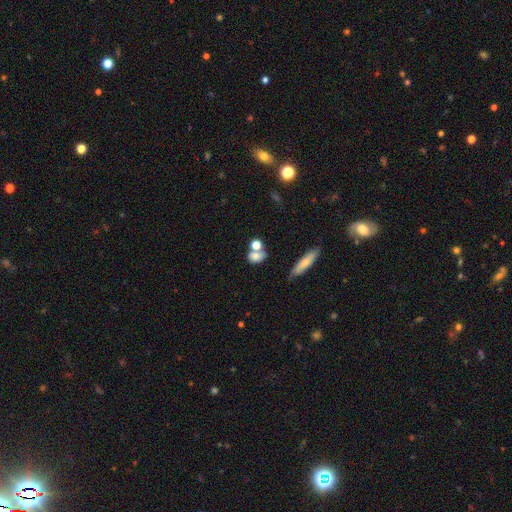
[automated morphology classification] This appears to be a smooth galaxy with no disk features (74%) that is in between round and cigar-shaped (50%). Merging: none (44%).